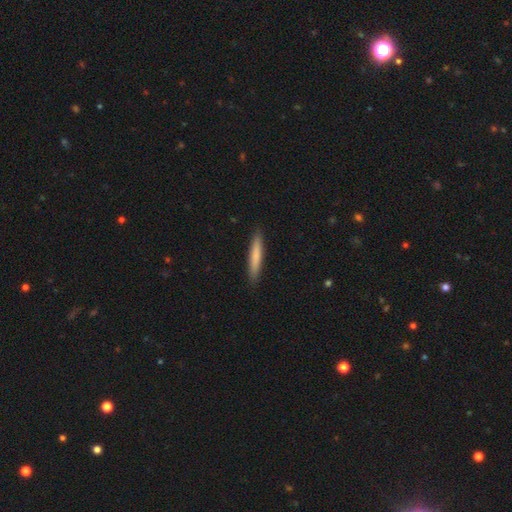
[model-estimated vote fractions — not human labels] smooth_or_featured: smooth (p=0.75) [alt: featured or disk p=0.20]
how_rounded: cigar-shaped (p=0.94) [alt: in between p=0.04]
merging: none (p=0.91) [alt: minor disturbance p=0.07]